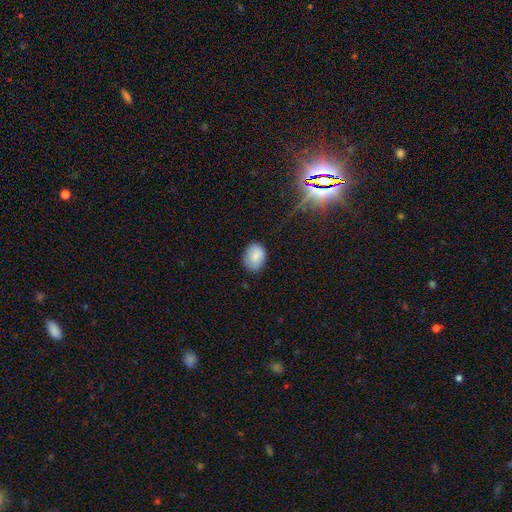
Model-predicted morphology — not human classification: type=smooth (83%); roundness=in between (58%); merging=none (79%).